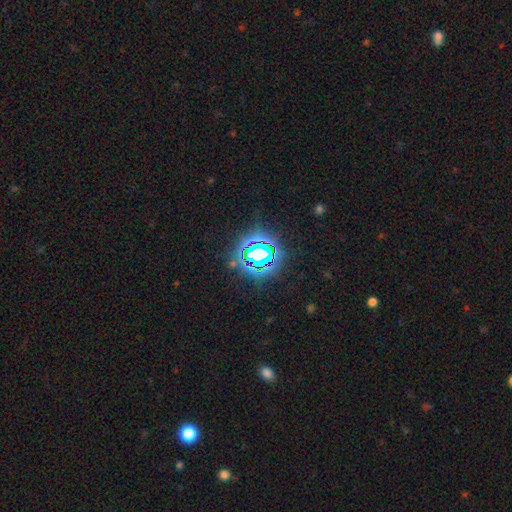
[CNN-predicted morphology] Overall: star or artifact (81%).